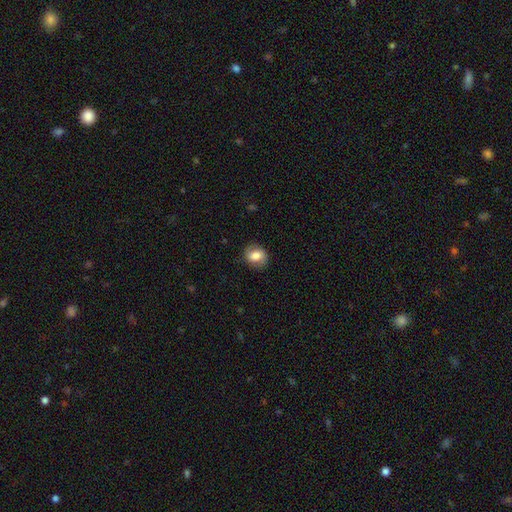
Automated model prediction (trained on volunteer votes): Smooth or featured? Predicted: smooth (p=0.69). How rounded? Predicted: round (p=0.53). Merging? Predicted: none (p=0.82).